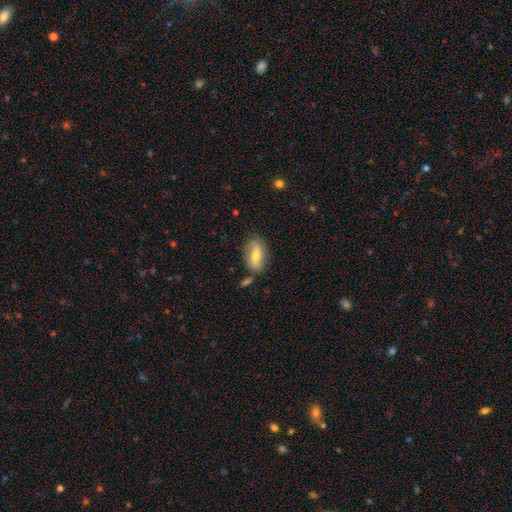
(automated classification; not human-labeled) A smooth galaxy with no disk features (56%) that is in between round and cigar-shaped (86%). Merging: none (71%).